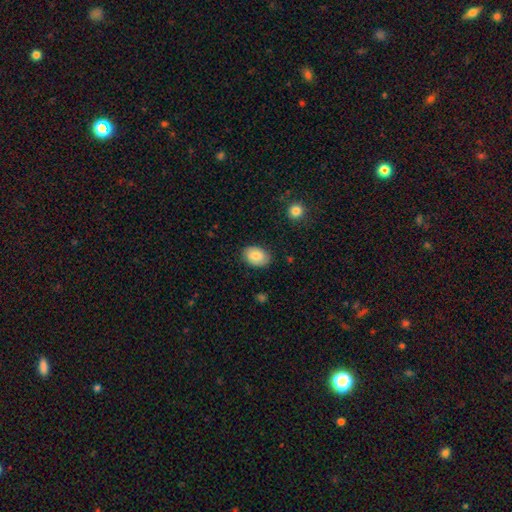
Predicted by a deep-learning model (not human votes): Smooth or featured: smooth — 78% (featured or disk — 15%)
How rounded: in between — 83% (round — 16%)
Merging: none — 84% (minor disturbance — 12%)